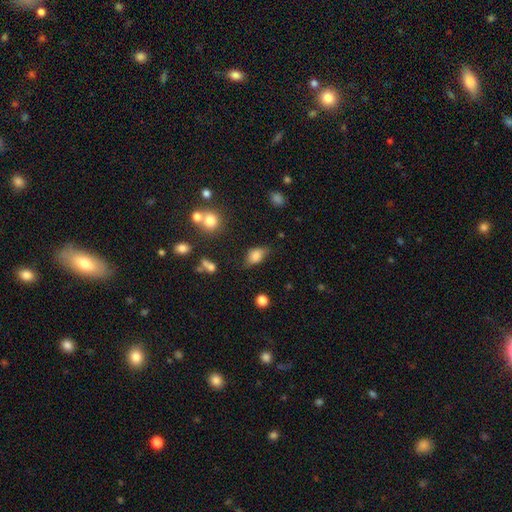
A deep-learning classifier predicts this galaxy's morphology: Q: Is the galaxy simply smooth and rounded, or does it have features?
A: smooth — 76%.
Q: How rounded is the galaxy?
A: in between — 82%.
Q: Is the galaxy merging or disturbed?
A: none — 60%.